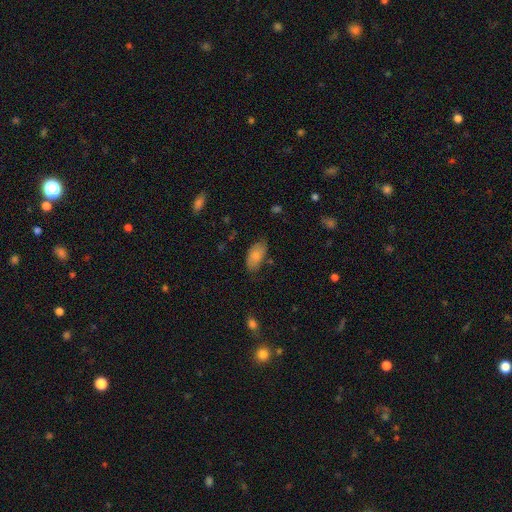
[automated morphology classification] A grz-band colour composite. It shows a smooth galaxy with no disk features (79%) that is in between round and cigar-shaped (94%). Merging: none (70%).